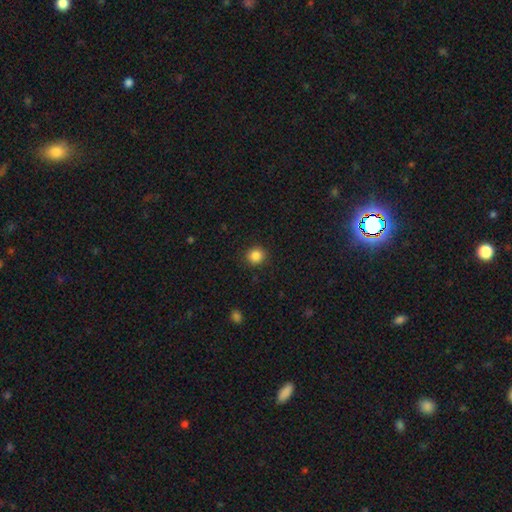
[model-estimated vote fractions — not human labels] Q: Smooth or featured?
A: smooth (86%); runner-up: star or artifact (10%)
Q: How rounded?
A: round (89%); runner-up: in between (10%)
Q: Merging?
A: none (90%); runner-up: minor disturbance (7%)